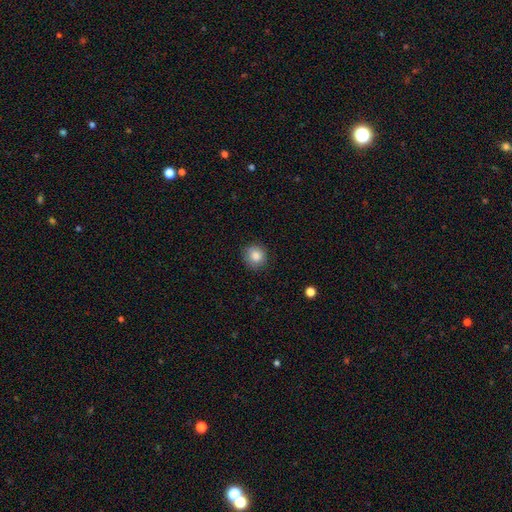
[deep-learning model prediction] Smooth or featured? Predicted: smooth (p=0.85). How rounded? Predicted: round (p=0.87). Merging? Predicted: none (p=0.83).